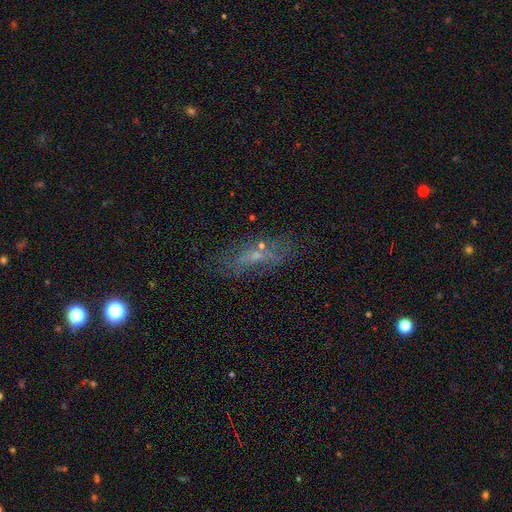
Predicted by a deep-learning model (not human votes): Overall: featured or disk (42%; smooth 39%). Merging: none (58%; minor disturbance 21%).